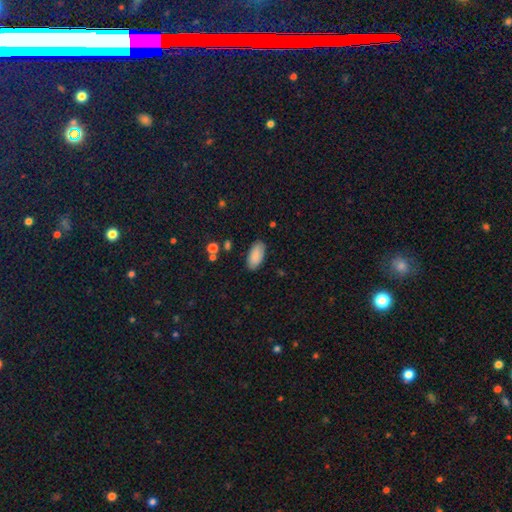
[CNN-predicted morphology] A smooth galaxy with no disk features (87%) that is in between round and cigar-shaped (93%).

Vote fractions:
- Smooth or featured? smooth: 87% / star or artifact: 7% / featured or disk: 6%
- How rounded? in between: 93% / cigar-shaped: 5% / round: 2%
- Merging? none: 86% / minor disturbance: 11% / major disturbance: 2% / merger: 1%